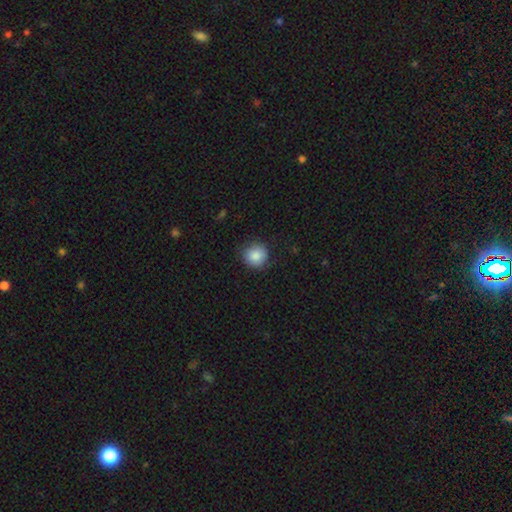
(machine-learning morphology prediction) Overall: smooth (87%). How rounded: round (92%). Merging: none (84%).